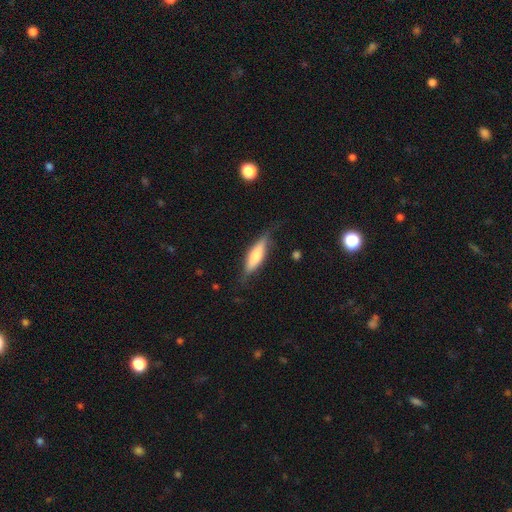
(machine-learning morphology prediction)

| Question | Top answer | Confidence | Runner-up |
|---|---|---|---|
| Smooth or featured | smooth | 58% | featured or disk (36%) |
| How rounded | cigar-shaped | 61% | in between (37%) |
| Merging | none | 72% | minor disturbance (20%) |